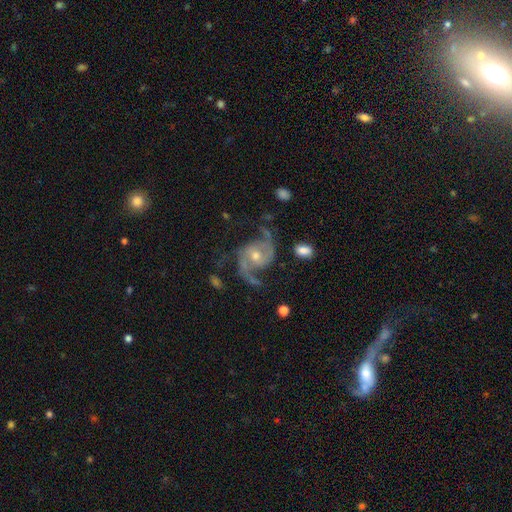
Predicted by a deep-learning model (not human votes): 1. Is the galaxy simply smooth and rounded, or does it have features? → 90% featured or disk, 6% star or artifact, 4% smooth.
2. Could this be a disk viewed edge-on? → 98% no, 2% yes.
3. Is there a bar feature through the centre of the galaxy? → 57% no, 32% weak, 11% strong.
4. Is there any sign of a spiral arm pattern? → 98% yes, 2% no.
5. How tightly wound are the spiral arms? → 45% medium, 44% loose, 11% tight.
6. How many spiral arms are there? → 91% 2, 2% 3, 2% can't tell, 2% 1, 1% 4, 1% more than 4.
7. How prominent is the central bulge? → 55% moderate, 40% small, 3% large, 1% none, 1% dominant.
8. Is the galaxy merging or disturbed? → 70% none, 16% minor disturbance, 11% major disturbance, 2% merger.